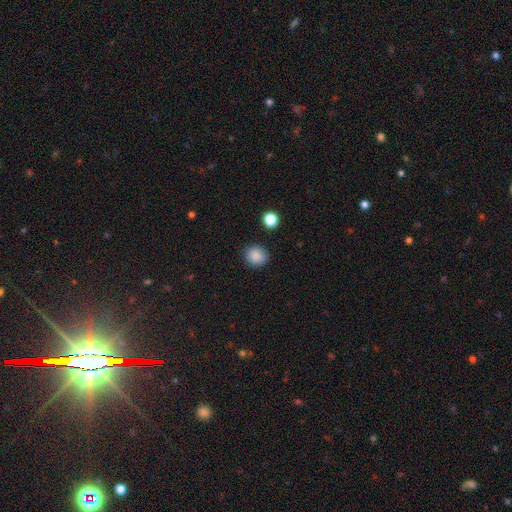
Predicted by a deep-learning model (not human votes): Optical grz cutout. It shows a smooth galaxy with no disk features (87%) that is round (80%). Merging: none (87%).